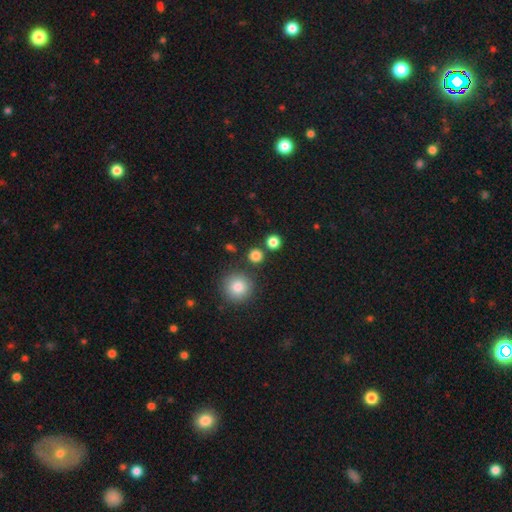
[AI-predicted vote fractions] smooth_or_featured: smooth (p=0.82) [alt: star or artifact p=0.14]
how_rounded: round (p=0.92) [alt: in between p=0.07]
merging: none (p=0.82) [alt: merger p=0.09]